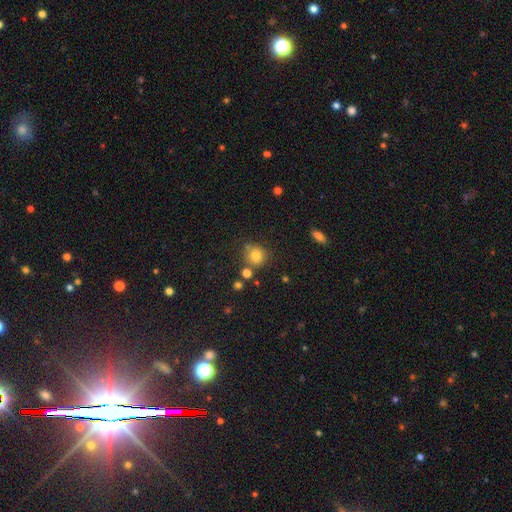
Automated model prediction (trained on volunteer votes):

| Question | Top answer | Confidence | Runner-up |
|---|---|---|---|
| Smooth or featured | smooth | 78% | star or artifact (14%) |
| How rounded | round | 89% | in between (10%) |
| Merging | none | 75% | minor disturbance (11%) |